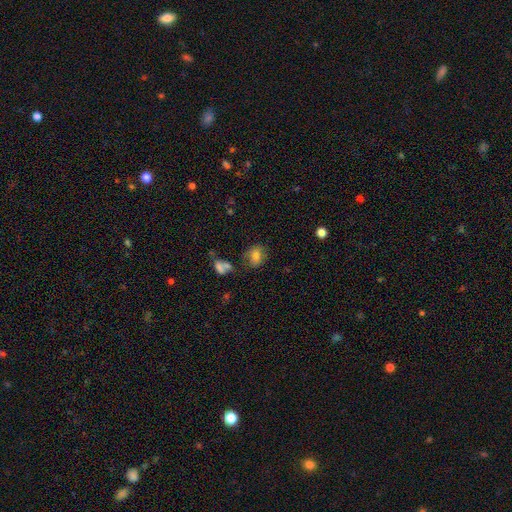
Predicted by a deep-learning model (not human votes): A smooth galaxy with no disk features (73%) that is in between round and cigar-shaped (55%). Merging: none (66%).